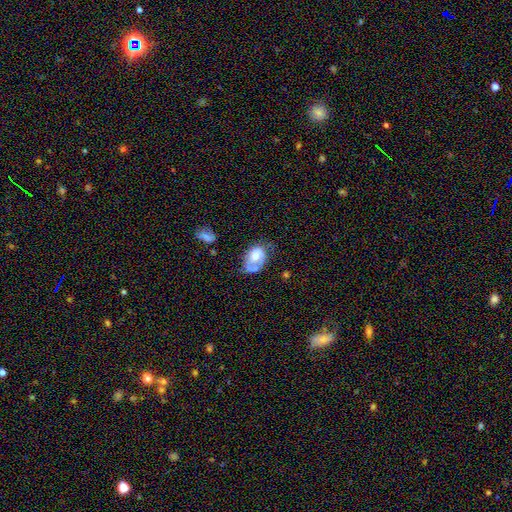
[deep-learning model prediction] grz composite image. It shows a smooth galaxy with no disk features (50%). Merging: none (33%).